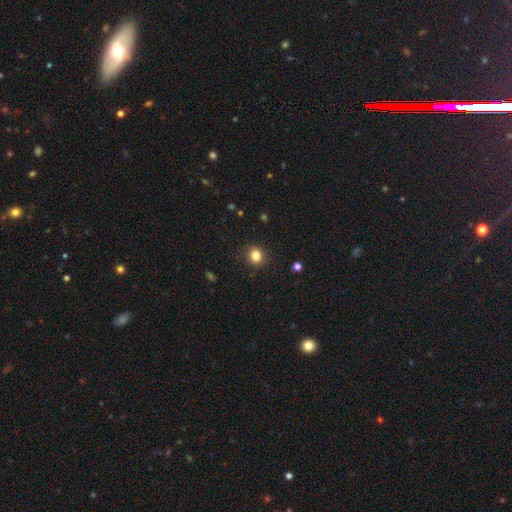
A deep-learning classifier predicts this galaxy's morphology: This is clearly a smooth galaxy (82%). How rounded: likely round (77%). Merging: clearly none (90%).